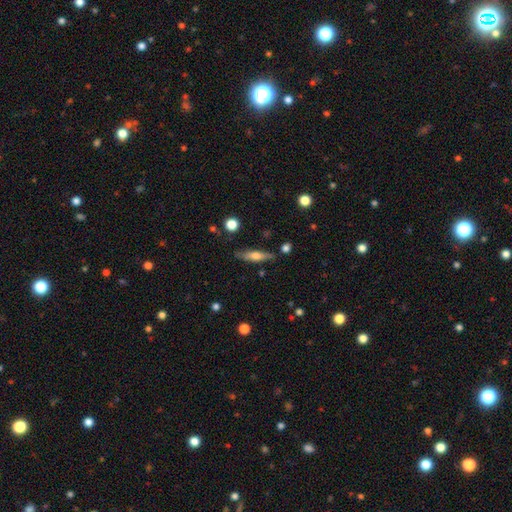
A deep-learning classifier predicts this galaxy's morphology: Smooth or featured?
  - smooth: 51% *
  - featured or disk: 42%
  - star or artifact: 7%
How rounded?
  - cigar-shaped: 75% *
  - in between: 23%
  - round: 2%
Merging?
  - none: 81% *
  - minor disturbance: 13%
  - merger: 3%
  - major disturbance: 3%